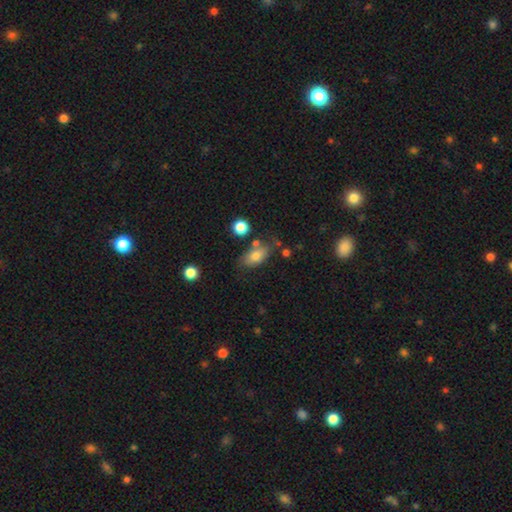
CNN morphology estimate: Smooth or featured? smooth (77%)
How rounded? in between (87%)
Merging? none (64%)